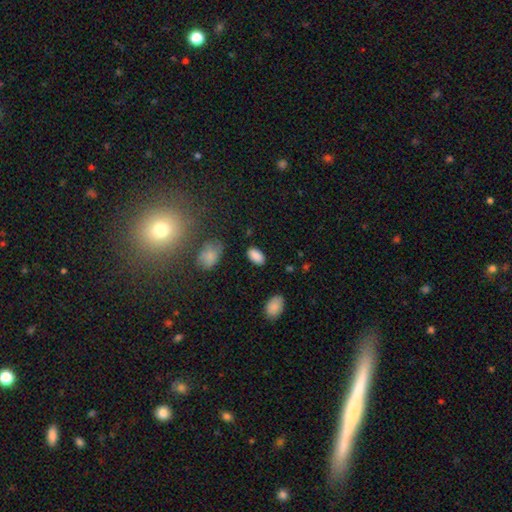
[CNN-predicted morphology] smooth_or_featured: smooth (p=0.87) [alt: star or artifact p=0.08]
how_rounded: in between (p=0.94) [alt: round p=0.04]
merging: none (p=0.85) [alt: minor disturbance p=0.11]